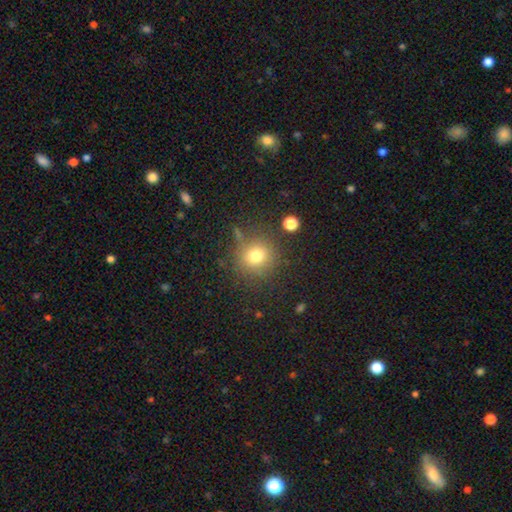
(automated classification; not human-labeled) A smooth galaxy with no disk features (75%) that is round (90%).

Vote fractions:
- Smooth or featured? smooth: 75% / star or artifact: 16% / featured or disk: 10%
- How rounded? round: 90% / in between: 9% / cigar-shaped: 1%
- Merging? none: 79% / minor disturbance: 11% / major disturbance: 5% / merger: 4%